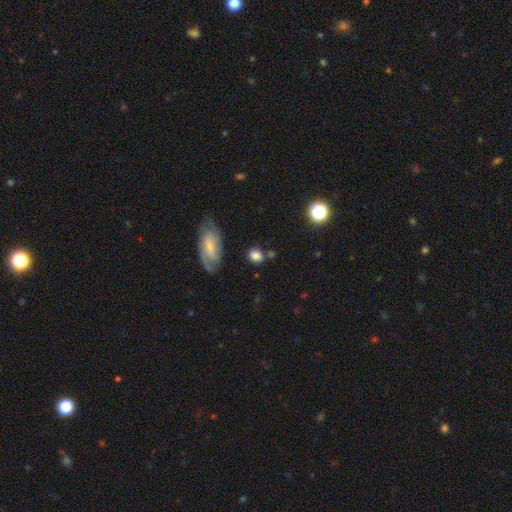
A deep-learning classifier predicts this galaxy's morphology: A smooth galaxy with no disk features (80%) that is round (75%).

Vote fractions:
- Smooth or featured? smooth: 80% / featured or disk: 10% / star or artifact: 9%
- How rounded? round: 75% / in between: 23% / cigar-shaped: 2%
- Merging? none: 71% / minor disturbance: 14% / merger: 10% / major disturbance: 5%